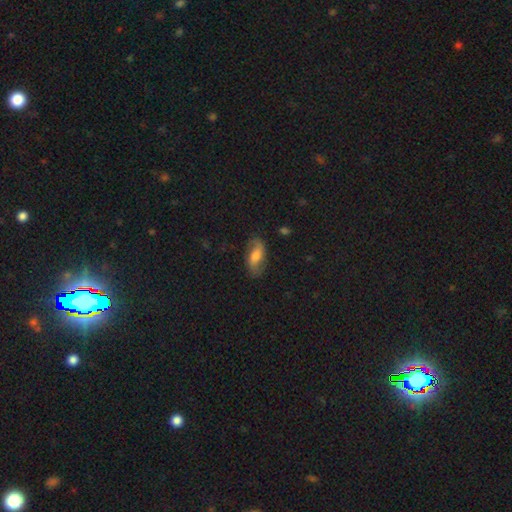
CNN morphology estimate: This appears to be a featured or disk galaxy (58%) with a weak bar (43%), spiral arms (89%) and a moderate central bulge (47%). Merging: none (74%).